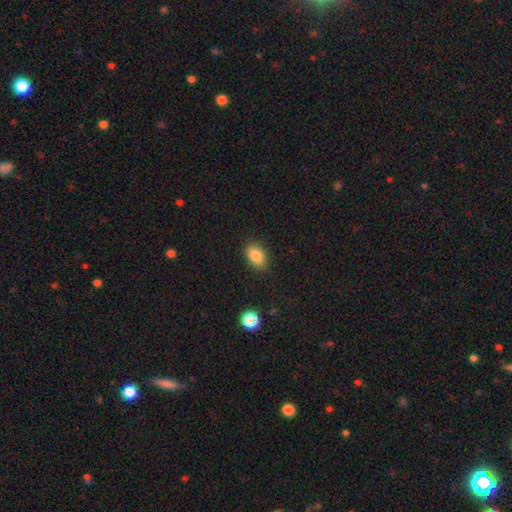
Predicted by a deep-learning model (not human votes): smooth 84%, star or artifact 9%, featured or disk 7%. Down the decision tree: how rounded — in between (83%); merging — none (81%).